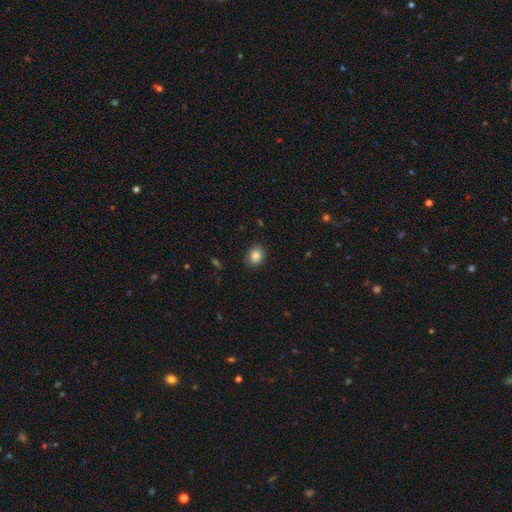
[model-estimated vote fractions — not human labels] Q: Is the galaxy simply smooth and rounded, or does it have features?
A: smooth — 86%.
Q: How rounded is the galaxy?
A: round — 68%.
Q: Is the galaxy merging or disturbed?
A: none — 87%.